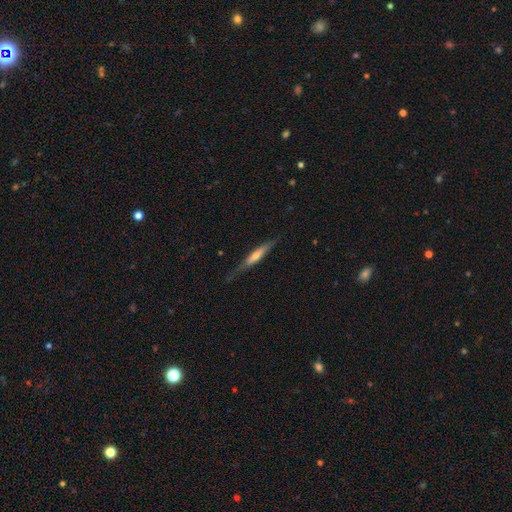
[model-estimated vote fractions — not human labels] This appears to be a featured or disk galaxy (55%) viewed edge-on (91%). Merging: none (71%).